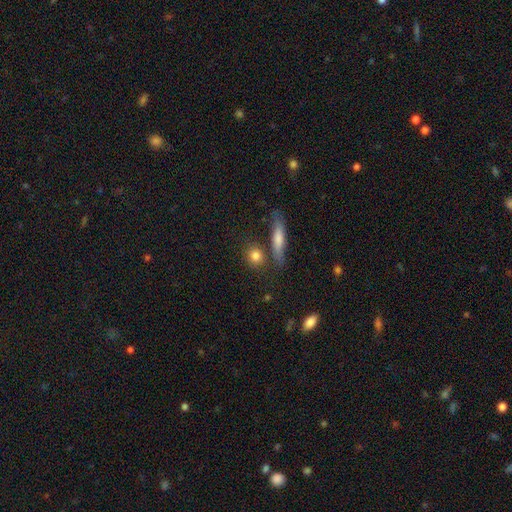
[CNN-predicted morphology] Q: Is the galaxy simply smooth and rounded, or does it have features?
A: smooth — 82%.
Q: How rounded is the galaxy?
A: round — 66%.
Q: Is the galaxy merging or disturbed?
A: none — 74%.